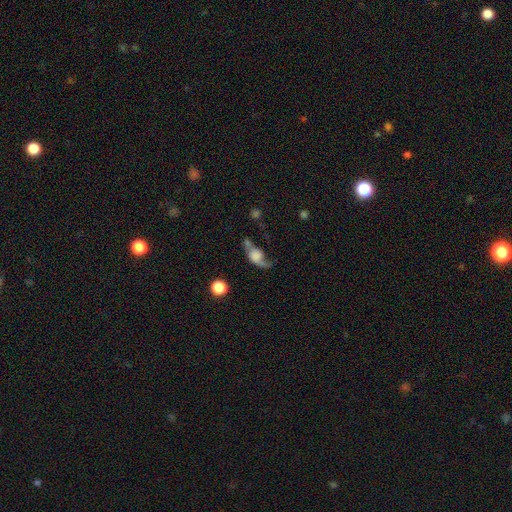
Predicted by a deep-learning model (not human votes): This is possibly a featured or disk galaxy (45%). Merging: marginally major disturbance (35%).